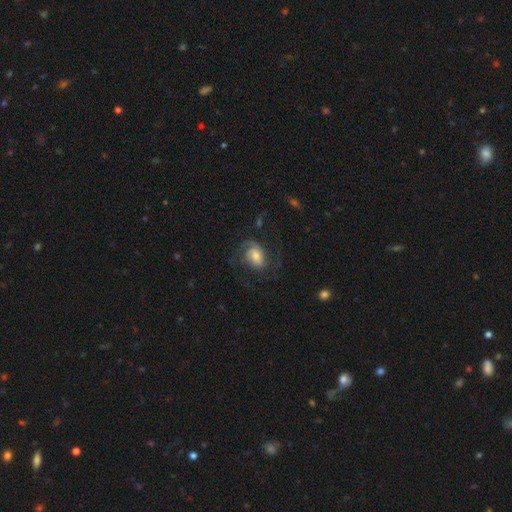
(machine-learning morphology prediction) This appears to be a featured or disk galaxy (66%) with no bar (57%), 2 (58%) medium (44%) spiral arms (91%) and a moderate central bulge (50%). Merging: none (60%).